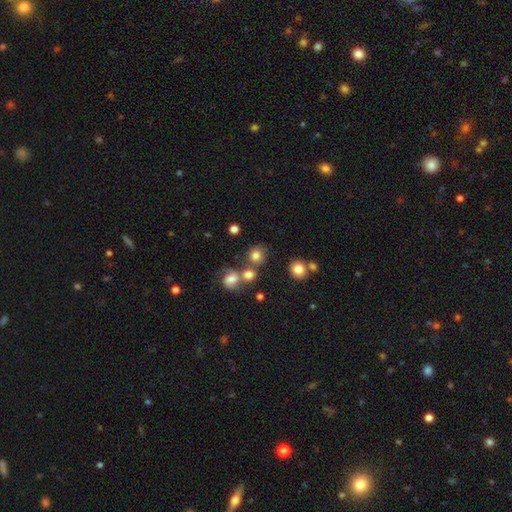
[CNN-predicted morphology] Q: Smooth or featured?
A: smooth (75%); runner-up: featured or disk (13%)
Q: How rounded?
A: round (83%); runner-up: in between (16%)
Q: Merging?
A: none (57%); runner-up: merger (25%)